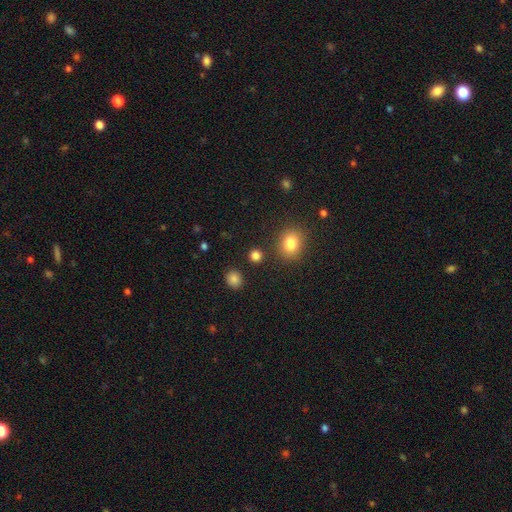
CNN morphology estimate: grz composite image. It shows a smooth galaxy with no disk features (82%) that is round (85%). Merging: none (87%).